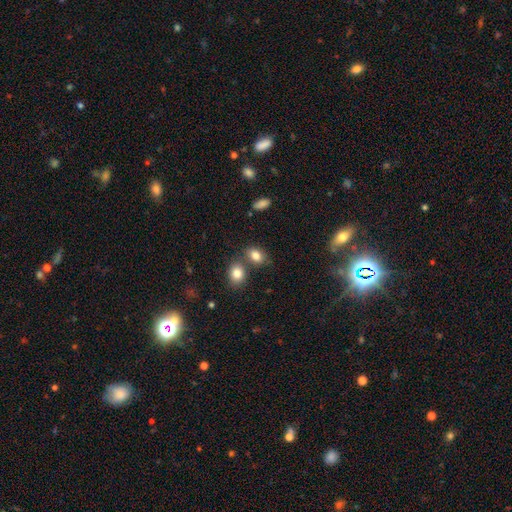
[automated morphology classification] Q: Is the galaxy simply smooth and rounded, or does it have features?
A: smooth — 82%.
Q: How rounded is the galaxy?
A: in between — 74%.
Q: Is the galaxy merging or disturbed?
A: none — 60%.